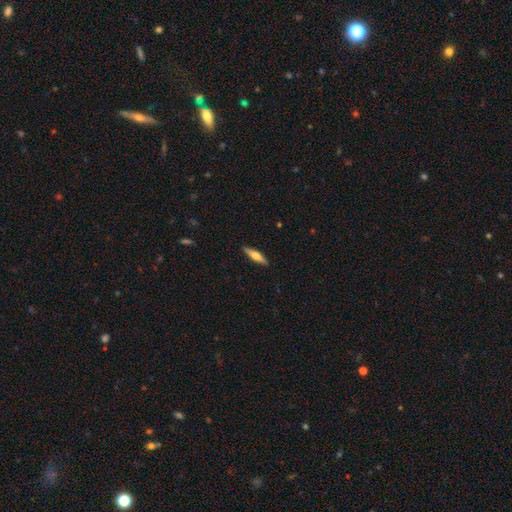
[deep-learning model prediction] Smooth or featured?
  - smooth: 49% *
  - featured or disk: 46%
  - star or artifact: 6%
Merging?
  - none: 91% *
  - minor disturbance: 7%
  - major disturbance: 1%
  - merger: 1%